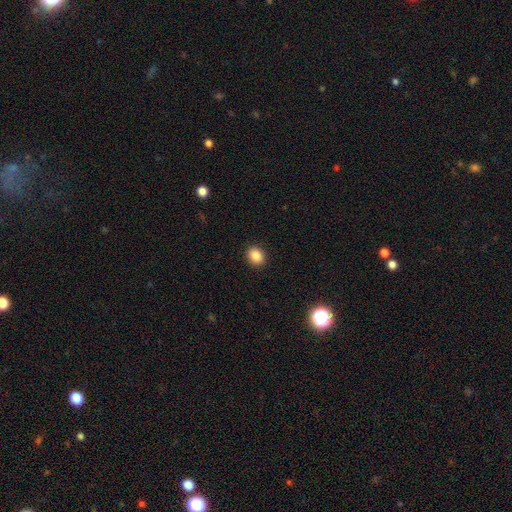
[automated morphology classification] A smooth galaxy with no disk features (87%) that is round (55%).

Vote fractions:
- Smooth or featured? smooth: 87% / star or artifact: 9% / featured or disk: 3%
- How rounded? round: 55% / in between: 44% / cigar-shaped: 1%
- Merging? none: 91% / minor disturbance: 6% / major disturbance: 2% / merger: 1%